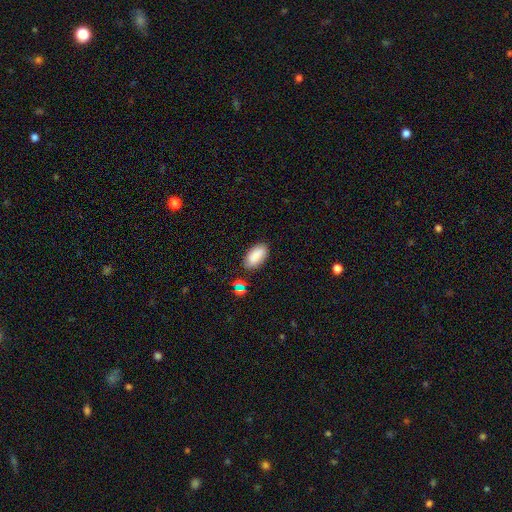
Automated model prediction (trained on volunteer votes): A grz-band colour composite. It shows a smooth galaxy with no disk features (87%) that is in between round and cigar-shaped (93%). Merging: none (82%).